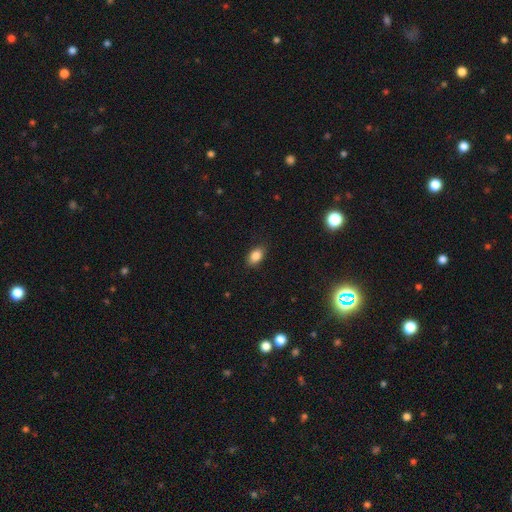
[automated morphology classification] Smooth or featured? Predicted: smooth (p=0.85). How rounded? Predicted: in between (p=0.88). Merging? Predicted: none (p=0.86).